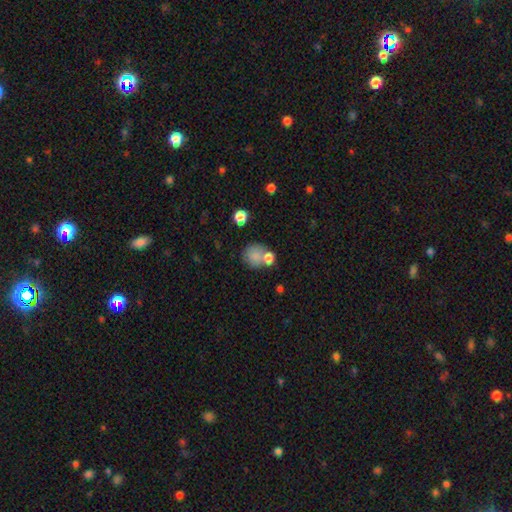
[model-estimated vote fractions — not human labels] A smooth galaxy with no disk features (80%) that is round (75%). Merging: none (47%).